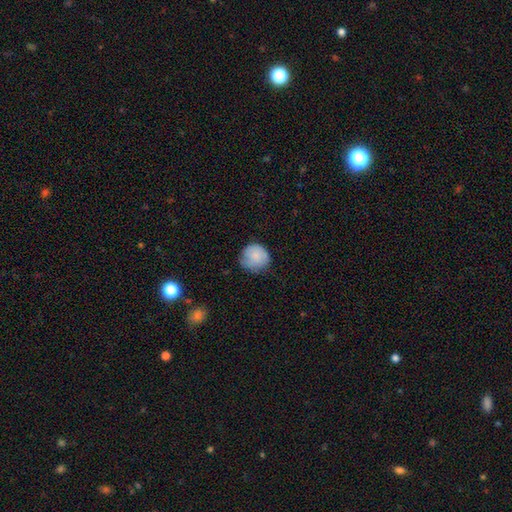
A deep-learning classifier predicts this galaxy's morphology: Smooth or featured?
  - smooth: 81% *
  - featured or disk: 11%
  - star or artifact: 7%
How rounded?
  - round: 89% *
  - in between: 10%
  - cigar-shaped: 1%
Merging?
  - none: 65% *
  - minor disturbance: 28%
  - major disturbance: 6%
  - merger: 1%